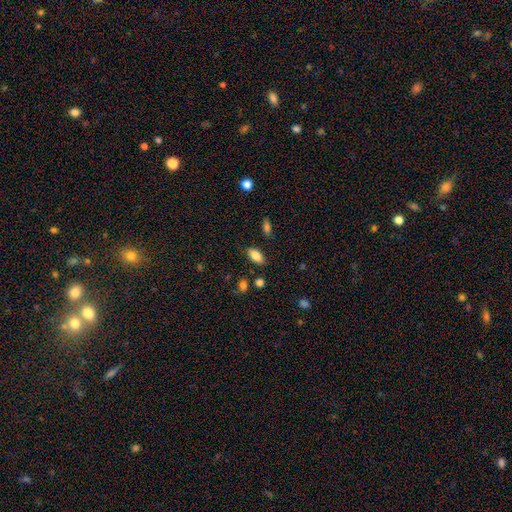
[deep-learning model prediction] smooth-or-featured: smooth: 84% | star or artifact: 8% | featured or disk: 8%
  how-rounded: in between: 90% | cigar-shaped: 5% | round: 4%
  merging: none: 83% | minor disturbance: 11% | major disturbance: 3% | merger: 3%